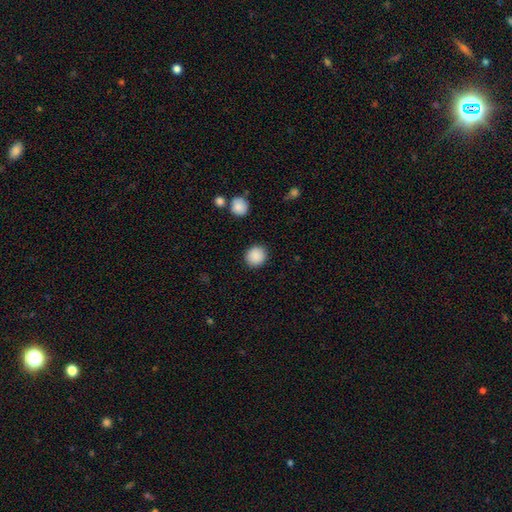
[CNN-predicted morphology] Smooth or featured: smooth — 89% (star or artifact — 8%)
How rounded: round — 89% (in between — 10%)
Merging: none — 90% (minor disturbance — 6%)